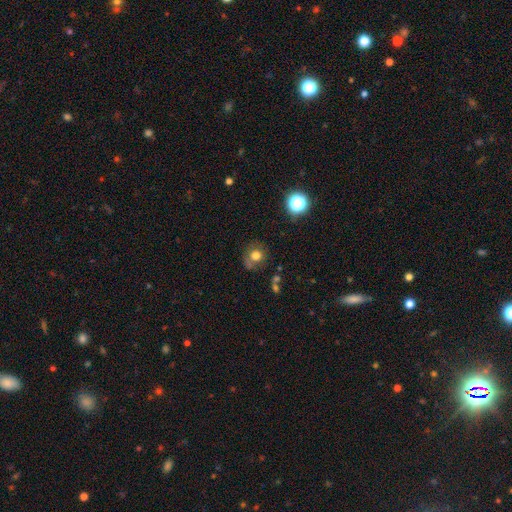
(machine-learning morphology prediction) type=smooth (70%); roundness=round (82%); merging=none (65%).